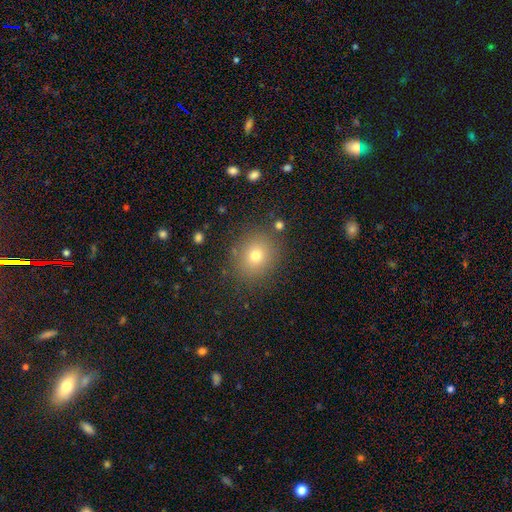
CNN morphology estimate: type=smooth (73%); roundness=round (78%); merging=none (86%).